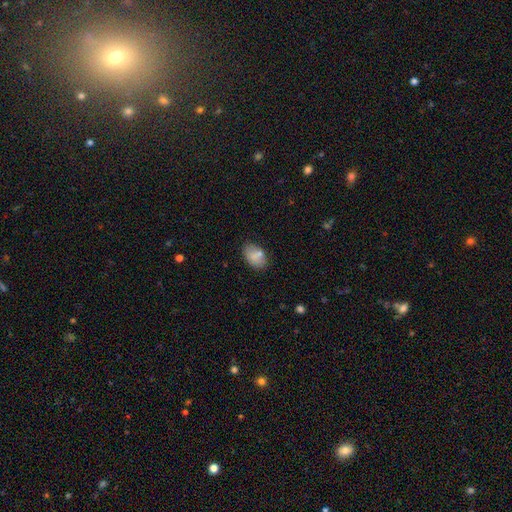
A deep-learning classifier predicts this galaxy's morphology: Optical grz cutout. It shows a smooth galaxy with no disk features (80%) that is in between round and cigar-shaped (86%). Merging: none (70%).